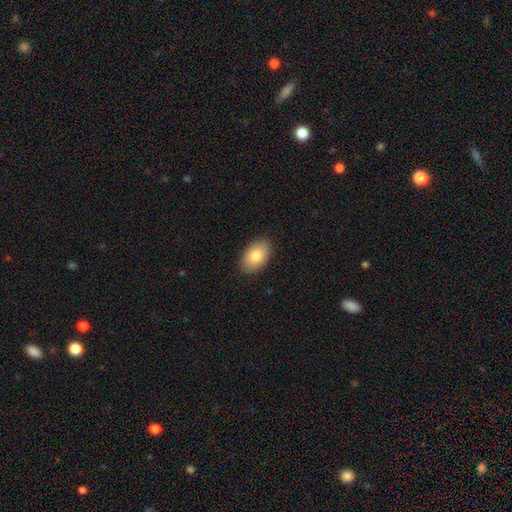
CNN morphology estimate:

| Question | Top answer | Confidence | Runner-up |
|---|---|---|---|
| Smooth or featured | smooth | 82% | featured or disk (12%) |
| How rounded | in between | 92% | round (7%) |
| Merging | none | 88% | minor disturbance (9%) |